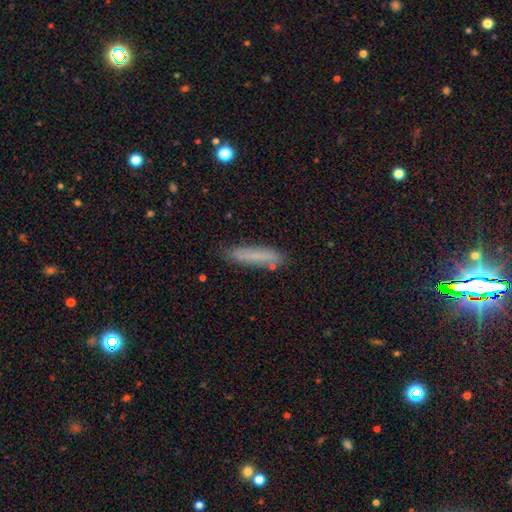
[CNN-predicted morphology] Smooth or featured?
  - smooth: 74% *
  - featured or disk: 18%
  - star or artifact: 8%
How rounded?
  - cigar-shaped: 86% *
  - in between: 13%
  - round: 1%
Merging?
  - none: 82% *
  - minor disturbance: 13%
  - major disturbance: 3%
  - merger: 2%